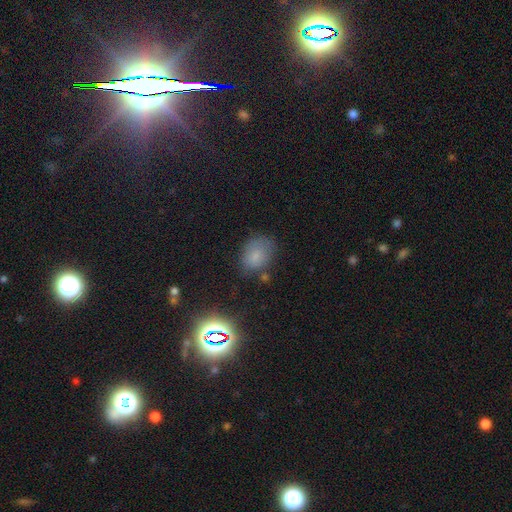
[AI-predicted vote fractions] Smooth or featured: smooth — 68% (star or artifact — 20%)
How rounded: in between — 65% (round — 34%)
Merging: none — 65% (minor disturbance — 23%)